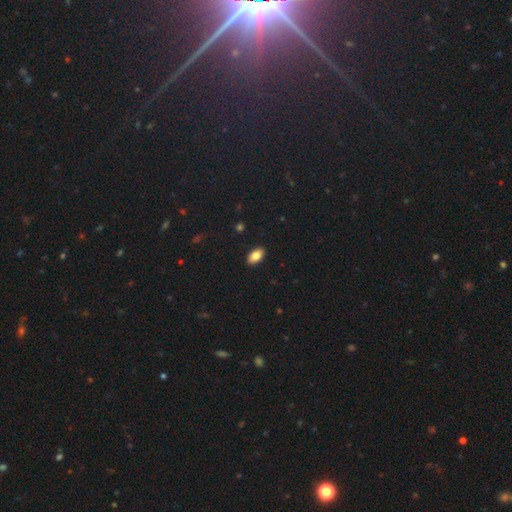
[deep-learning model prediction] This appears to be a smooth galaxy with no disk features (83%) that is in between round and cigar-shaped (93%). Merging: none (90%).